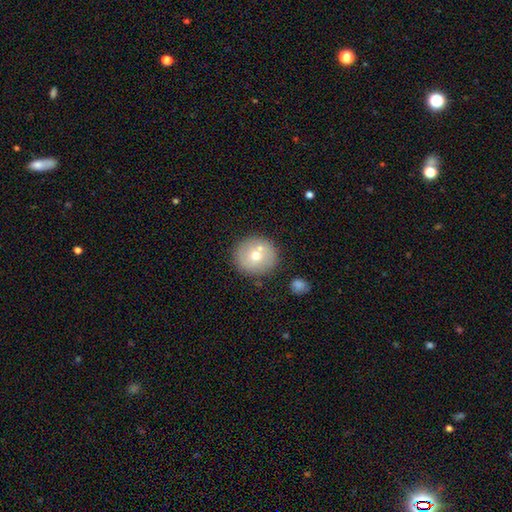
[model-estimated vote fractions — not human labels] smooth 65%, featured or disk 25%, star or artifact 10%. Down the decision tree: how rounded — round (92%); merging — none (75%).